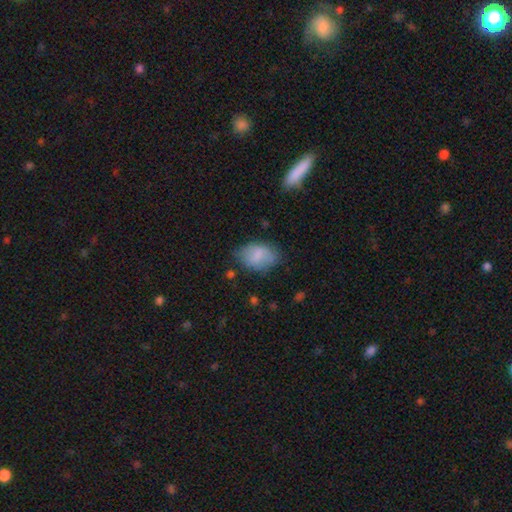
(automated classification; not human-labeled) smooth 79%, featured or disk 14%, star or artifact 8%. Down the decision tree: how rounded — in between (83%); merging — none (65%).